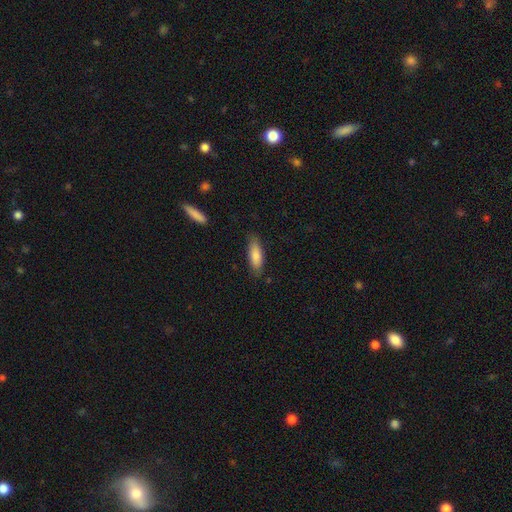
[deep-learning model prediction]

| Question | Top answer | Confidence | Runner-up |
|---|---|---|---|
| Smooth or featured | smooth | 83% | featured or disk (11%) |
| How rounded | in between | 58% | cigar-shaped (40%) |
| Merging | none | 82% | minor disturbance (14%) |